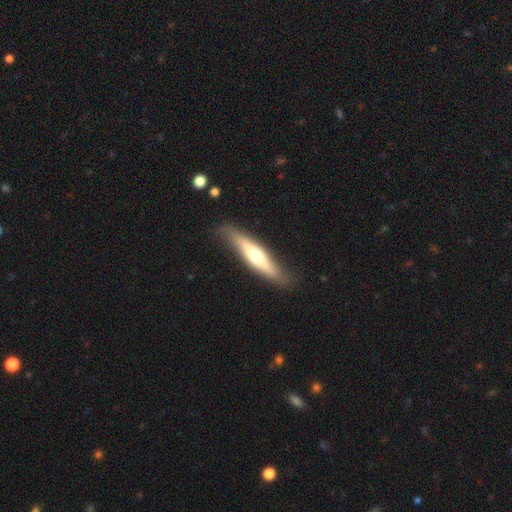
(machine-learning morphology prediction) Overall: featured or disk (52%; smooth 42%). Edge-on disk: yes (84%). Merging: none (80%).